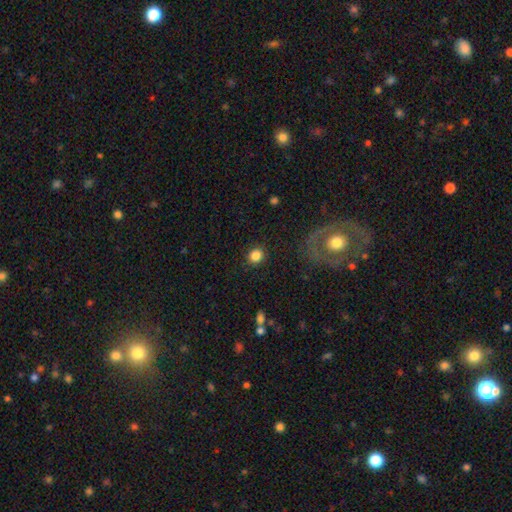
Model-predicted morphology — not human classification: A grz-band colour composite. It shows a smooth galaxy with no disk features (85%) that is round (82%). Merging: none (89%).